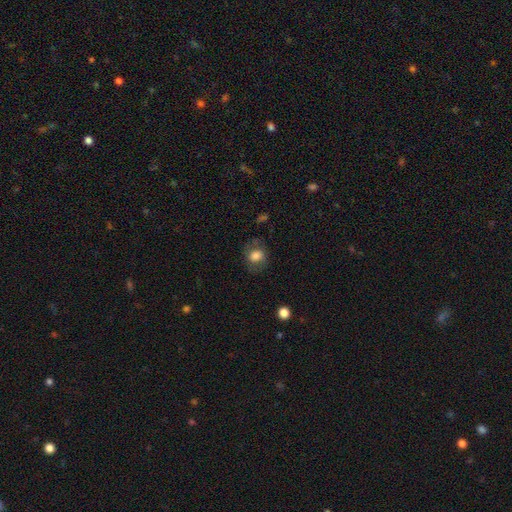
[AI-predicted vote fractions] Morphology: type=smooth (75%); roundness=round (60%); merging=none (70%).